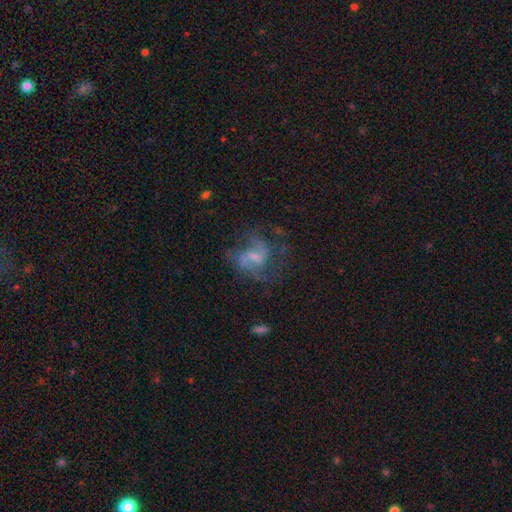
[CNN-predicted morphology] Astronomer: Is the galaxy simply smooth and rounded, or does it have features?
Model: featured or disk — 75%.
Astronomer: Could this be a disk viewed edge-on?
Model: no — 98%.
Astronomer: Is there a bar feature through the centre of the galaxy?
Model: weak — 51% (runner-up: no, 37%).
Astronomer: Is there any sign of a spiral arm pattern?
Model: yes — 86%.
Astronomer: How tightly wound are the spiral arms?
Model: medium — 44%, tied with loose at 44%.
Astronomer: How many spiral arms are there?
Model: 2 — 65%.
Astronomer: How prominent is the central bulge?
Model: small — 46% (runner-up: moderate, 28%).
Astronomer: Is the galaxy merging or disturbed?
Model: none — 51%.